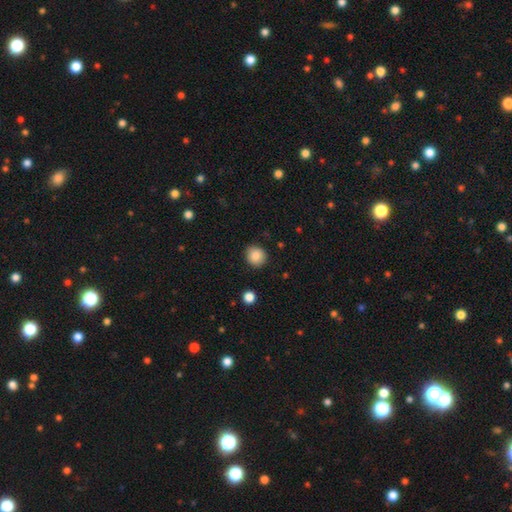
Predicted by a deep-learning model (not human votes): Smooth or featured? smooth (86%)
How rounded? round (89%)
Merging? none (88%)